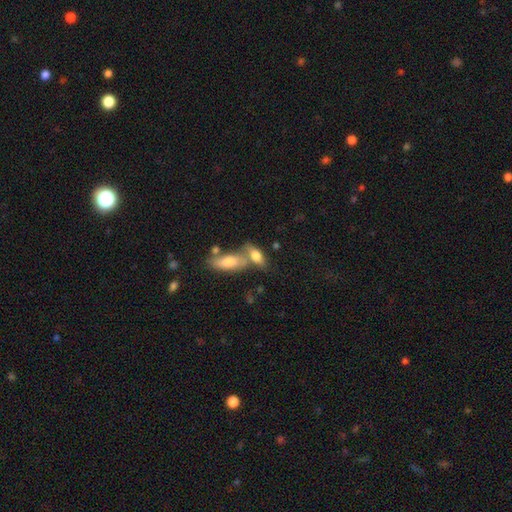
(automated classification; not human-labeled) Overall: smooth (73%). How rounded: in between (77%). Merging: merger (46%; none 39%).